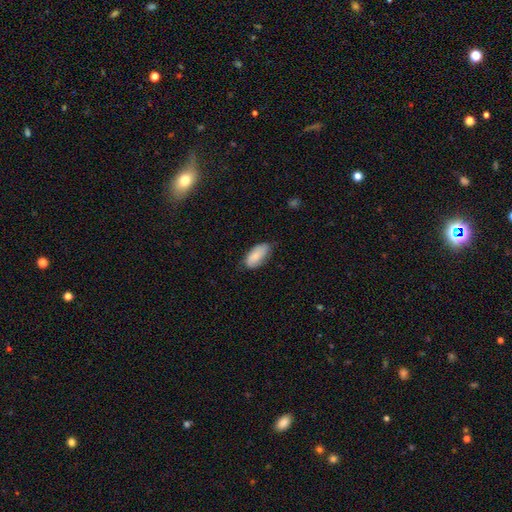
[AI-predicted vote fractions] Overall: smooth (79%). How rounded: in between (92%). Merging: none (64%; minor disturbance 30%).